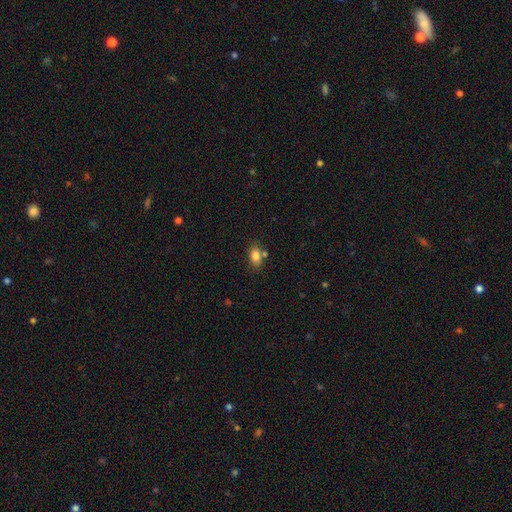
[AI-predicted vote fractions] smooth-or-featured: smooth: 81% | star or artifact: 10% | featured or disk: 9%
  how-rounded: in between: 82% | round: 16% | cigar-shaped: 2%
  merging: none: 65% | merger: 17% | minor disturbance: 14% | major disturbance: 4%